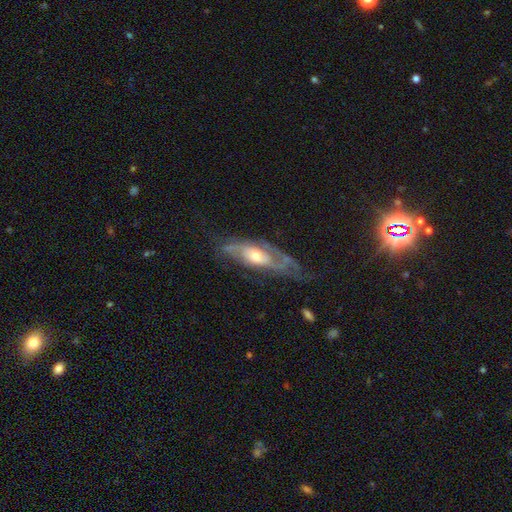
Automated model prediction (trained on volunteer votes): Smooth or featured?
  - featured or disk: 79% *
  - smooth: 15%
  - star or artifact: 6%
Edge-on disk?
  - no: 82% *
  - yes: 18%
Bar?
  - no: 66% *
  - weak: 27%
  - strong: 7%
Spiral arms?
  - yes: 88% *
  - no: 12%
Spiral winding?
  - tight: 41% *
  - medium: 40%
  - loose: 19%
Spiral arm count?
  - 2: 44% *
  - can't tell: 34%
  - 3: 9%
  - 1: 6%
  - 4: 3%
  - more than 4: 3%
Bulge size?
  - moderate: 62% *
  - small: 29%
  - large: 7%
  - none: 1%
  - dominant: 1%
Merging?
  - none: 54% *
  - minor disturbance: 25%
  - major disturbance: 18%
  - merger: 2%